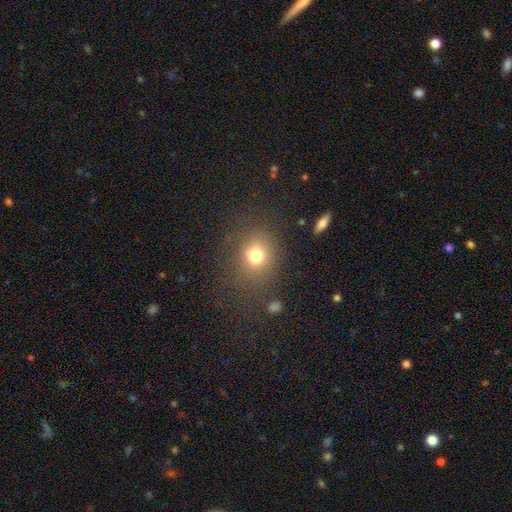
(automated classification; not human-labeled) Smooth or featured? smooth (75%)
How rounded? round (67%)
Merging? none (76%)